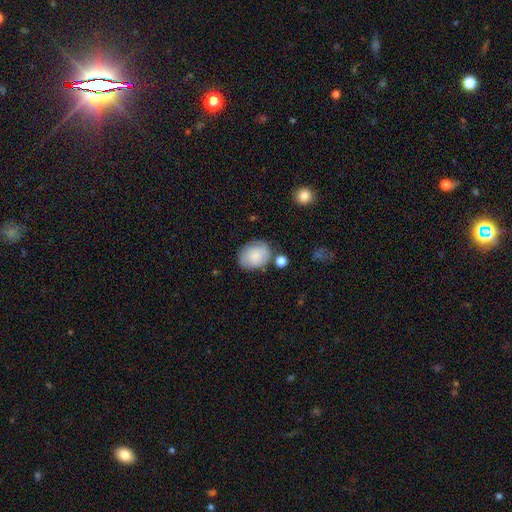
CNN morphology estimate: A smooth galaxy with no disk features (76%) that is in between round and cigar-shaped (52%). Merging: none (68%).